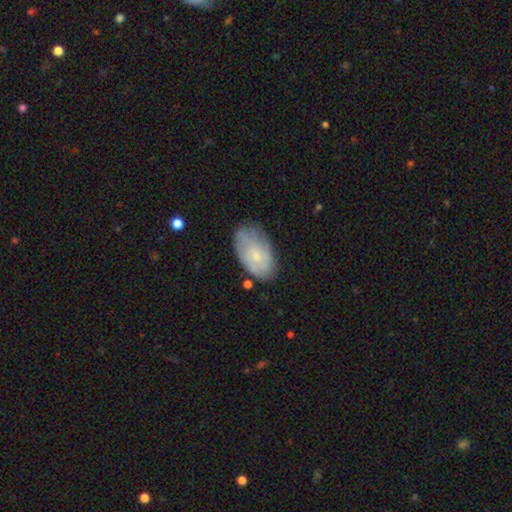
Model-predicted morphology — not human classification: smooth 56%, featured or disk 37%, star or artifact 7%. Down the decision tree: how rounded — in between (92%); merging — none (65%).